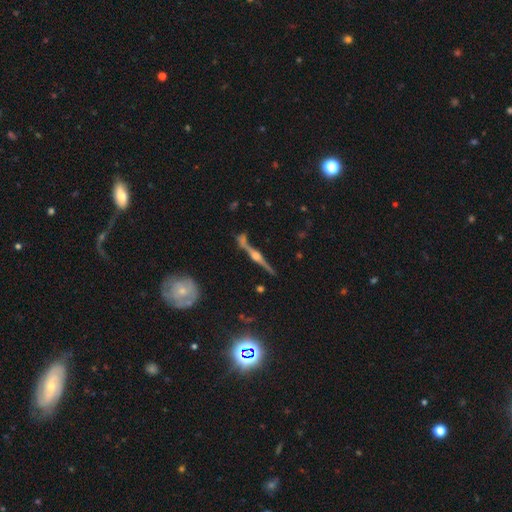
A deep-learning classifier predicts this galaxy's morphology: smooth_or_featured: featured or disk (p=0.87) [alt: star or artifact p=0.07]
disk_edge_on: yes (p=0.97) [alt: no p=0.03]
edge_on_bulge: rounded (p=0.94) [alt: boxy p=0.04]
merging: none (p=0.79) [alt: minor disturbance p=0.11]